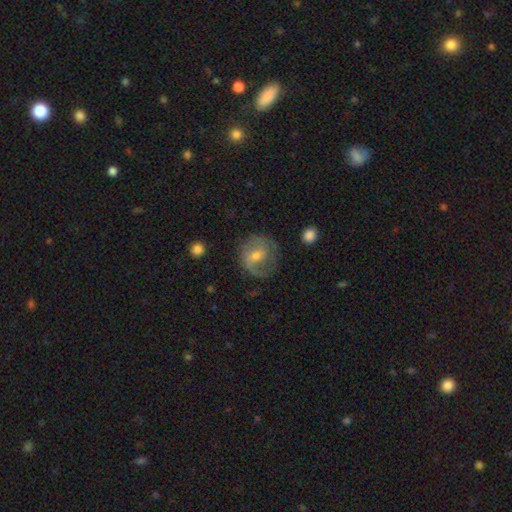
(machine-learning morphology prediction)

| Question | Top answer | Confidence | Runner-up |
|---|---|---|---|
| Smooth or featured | featured or disk | 61% | smooth (32%) |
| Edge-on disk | no | 97% | yes (3%) |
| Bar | weak | 48% | no (33%) |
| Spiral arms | yes | 79% | no (21%) |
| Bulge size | moderate | 55% | small (39%) |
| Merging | none | 64% | minor disturbance (21%) |